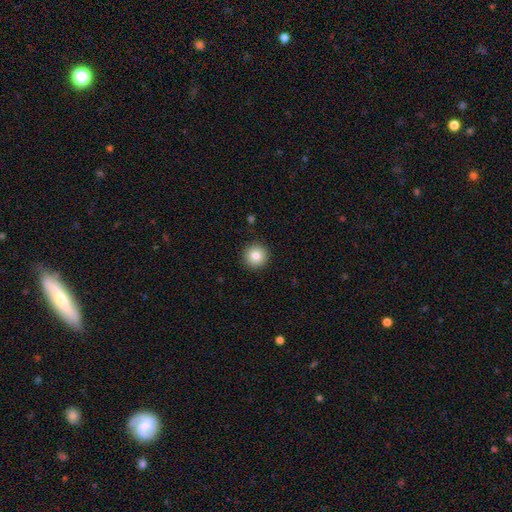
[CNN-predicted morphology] smooth 84%, star or artifact 9%, featured or disk 7%. Down the decision tree: how rounded — round (95%); merging — none (92%).